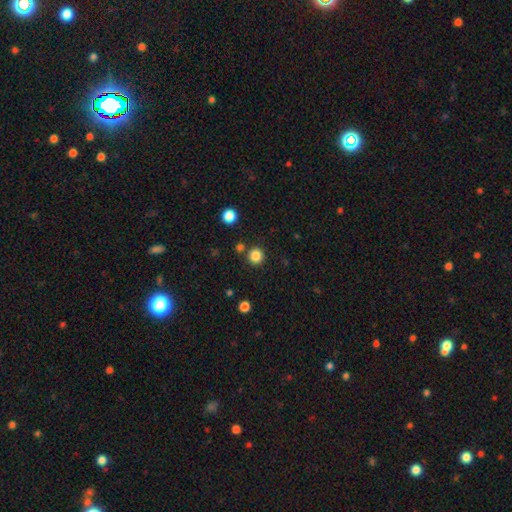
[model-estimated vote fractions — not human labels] Morphology: type=smooth (84%); roundness=round (94%); merging=none (86%).